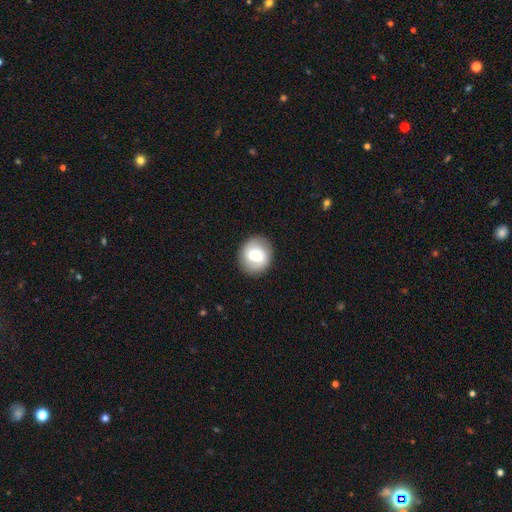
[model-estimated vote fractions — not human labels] Smooth or featured?
  - smooth: 58% *
  - featured or disk: 35%
  - star or artifact: 7%
How rounded?
  - round: 81% *
  - in between: 18%
  - cigar-shaped: 1%
Merging?
  - none: 88% *
  - minor disturbance: 8%
  - major disturbance: 3%
  - merger: 1%